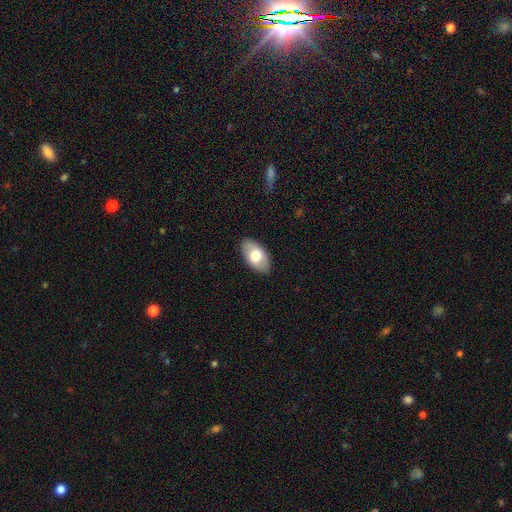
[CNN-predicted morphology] This is likely a smooth galaxy (67%). How rounded: clearly in between (94%). Merging: clearly none (86%).